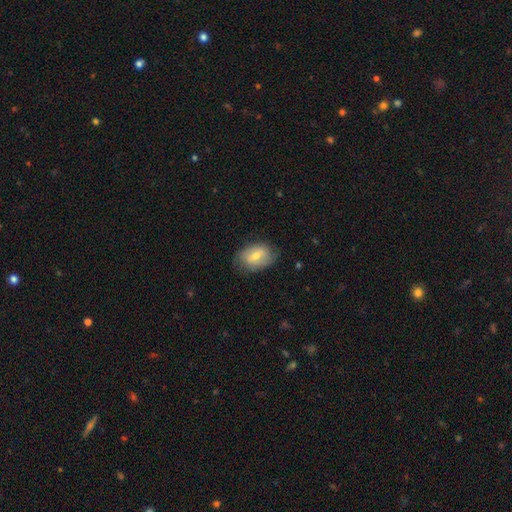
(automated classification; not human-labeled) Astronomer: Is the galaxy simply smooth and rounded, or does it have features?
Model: smooth — 57% (runner-up: featured or disk, 35%).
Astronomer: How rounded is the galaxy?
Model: in between — 85%.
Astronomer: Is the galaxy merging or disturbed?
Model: none — 76%.